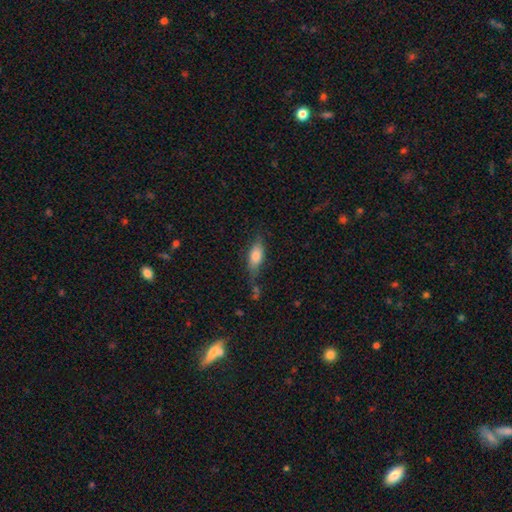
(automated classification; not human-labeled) smooth_or_featured: smooth (p=0.73) [alt: featured or disk p=0.19]
how_rounded: in between (p=0.73) [alt: cigar-shaped p=0.23]
merging: none (p=0.54) [alt: minor disturbance p=0.28]